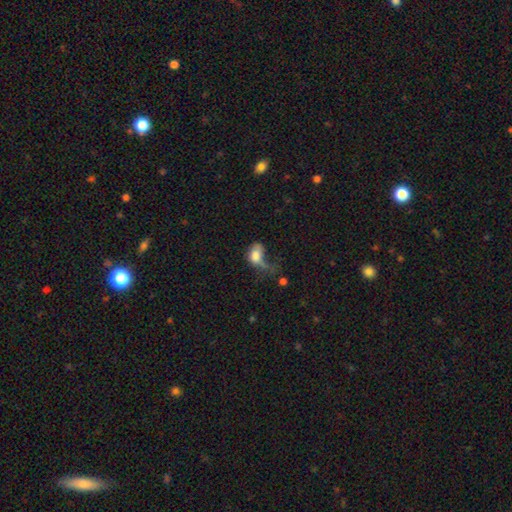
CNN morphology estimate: A smooth galaxy with no disk features (67%) that is in between round and cigar-shaped (74%).

Vote fractions:
- Smooth or featured? smooth: 67% / featured or disk: 24% / star or artifact: 9%
- How rounded? in between: 74% / round: 24% / cigar-shaped: 2%
- Merging? major disturbance: 60% / minor disturbance: 16% / none: 14% / merger: 10%